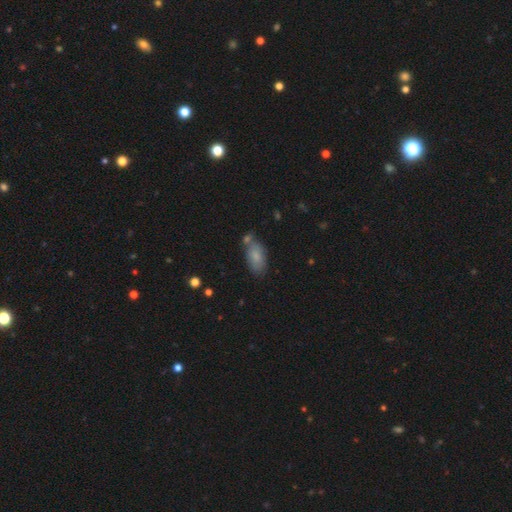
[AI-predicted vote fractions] smooth 80%, featured or disk 12%, star or artifact 8%. Down the decision tree: how rounded — in between (92%); merging — none (62%).